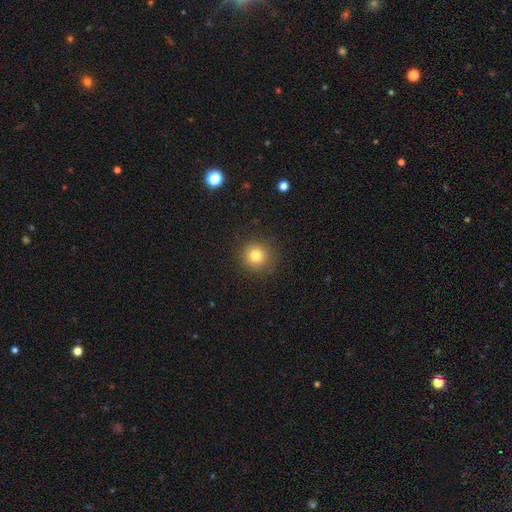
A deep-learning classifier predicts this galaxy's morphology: This appears to be a smooth galaxy with no disk features (80%) that is round (93%). Merging: none (88%).